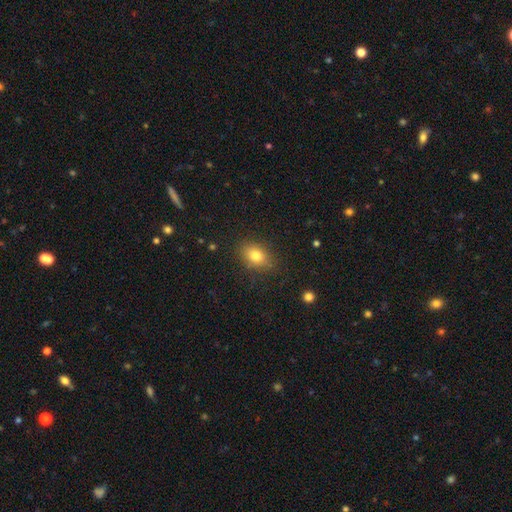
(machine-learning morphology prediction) smooth 80%, star or artifact 11%, featured or disk 10%. Down the decision tree: how rounded — in between (76%); merging — none (84%).